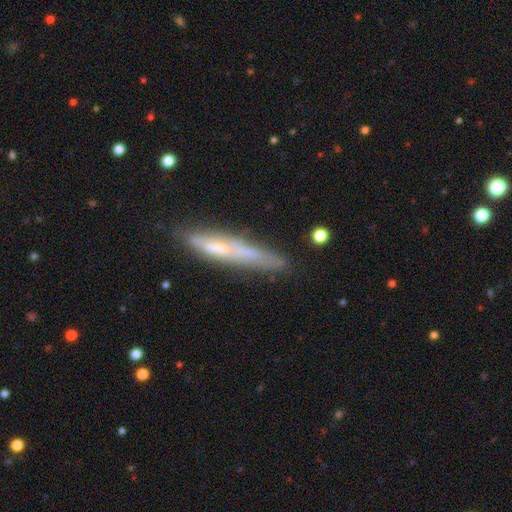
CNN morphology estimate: smooth_or_featured: featured or disk (p=0.53) [alt: smooth p=0.39]
disk_edge_on: yes (p=0.83) [alt: no p=0.17]
merging: none (p=0.71) [alt: minor disturbance p=0.20]